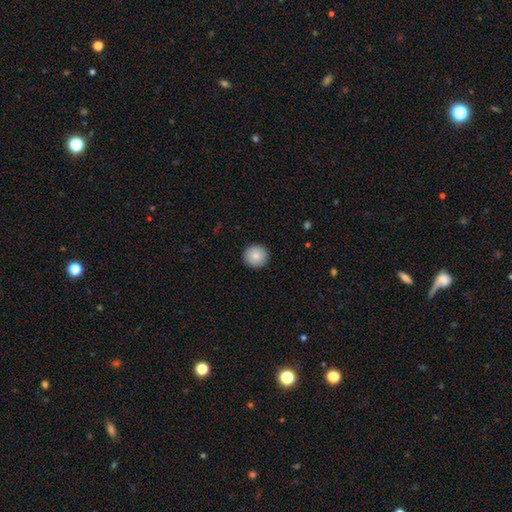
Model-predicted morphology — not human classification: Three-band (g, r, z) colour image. It shows a smooth galaxy with no disk features (86%) that is round (95%). Merging: none (92%).